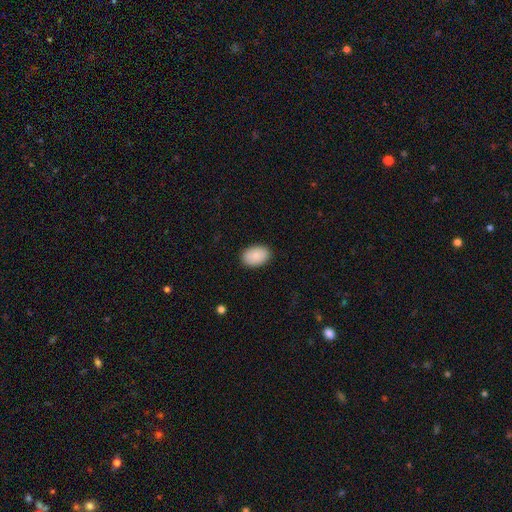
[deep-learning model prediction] This is clearly a smooth galaxy (89%). How rounded: clearly in between (88%). Merging: clearly none (89%).